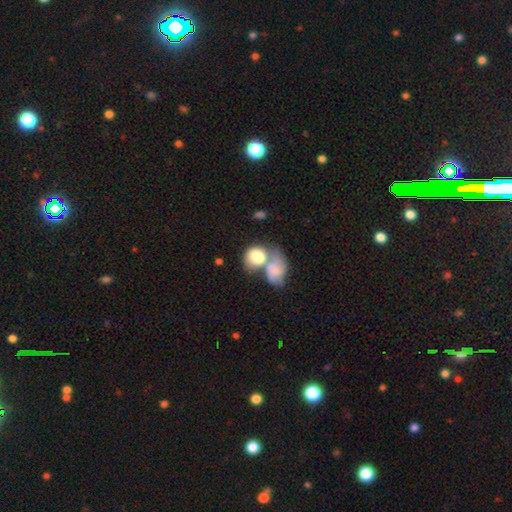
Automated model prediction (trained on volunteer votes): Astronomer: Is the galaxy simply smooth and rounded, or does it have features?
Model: smooth — 74%.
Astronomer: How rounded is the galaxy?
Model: in between — 52% (runner-up: round, 47%).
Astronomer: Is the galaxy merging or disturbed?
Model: merger — 66%.